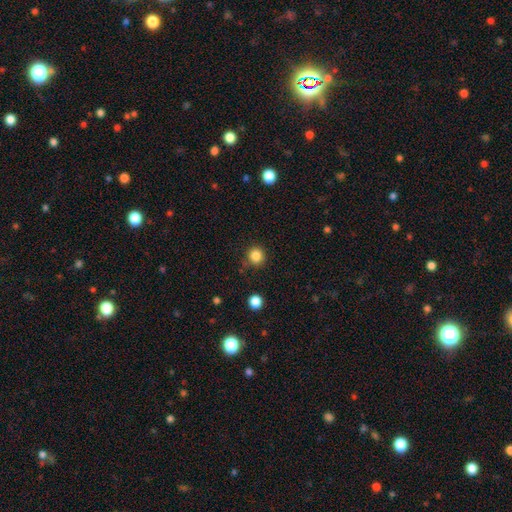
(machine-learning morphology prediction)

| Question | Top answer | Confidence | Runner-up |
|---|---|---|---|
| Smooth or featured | smooth | 84% | star or artifact (12%) |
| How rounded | round | 90% | in between (9%) |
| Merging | none | 85% | minor disturbance (9%) |